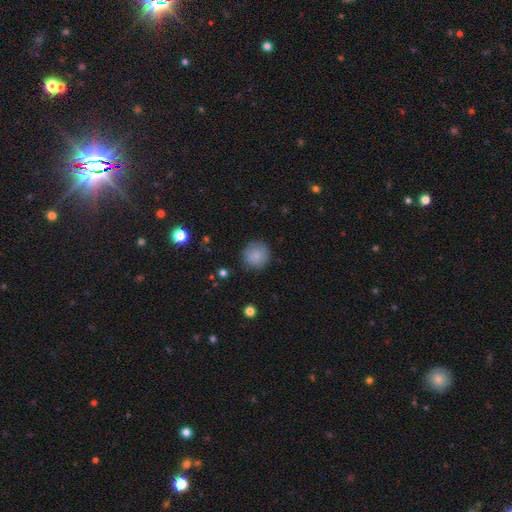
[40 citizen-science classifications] Overall: smooth (88%). How rounded: round (100%). Merging: none (84%).